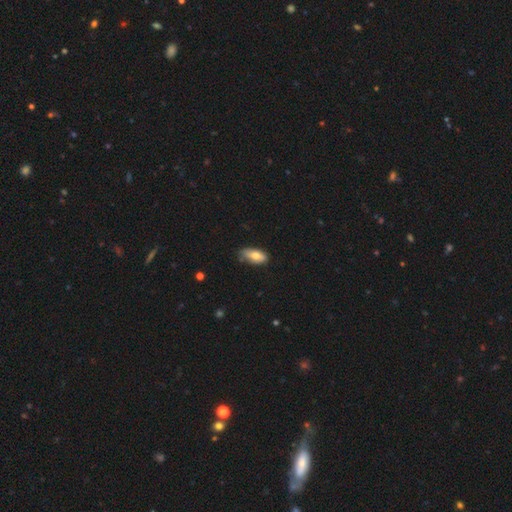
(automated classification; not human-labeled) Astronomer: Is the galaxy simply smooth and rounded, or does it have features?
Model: smooth — 70%.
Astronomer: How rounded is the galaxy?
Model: in between — 86%.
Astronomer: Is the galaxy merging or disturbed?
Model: none — 62%.